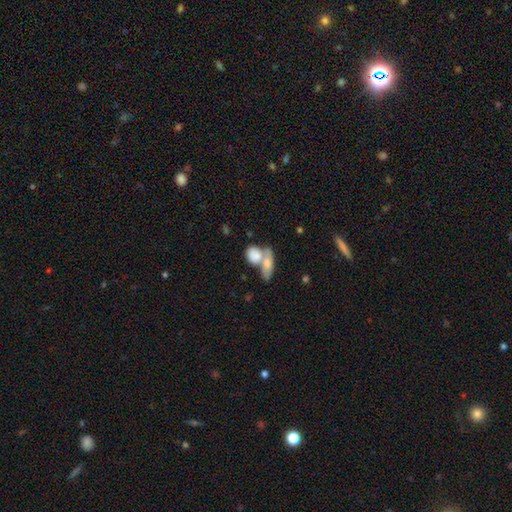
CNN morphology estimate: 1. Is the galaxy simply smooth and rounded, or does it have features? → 78% smooth, 16% featured or disk, 6% star or artifact.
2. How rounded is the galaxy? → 61% in between, 32% round, 7% cigar-shaped.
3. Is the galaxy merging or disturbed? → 63% merger, 24% none, 8% minor disturbance, 5% major disturbance.